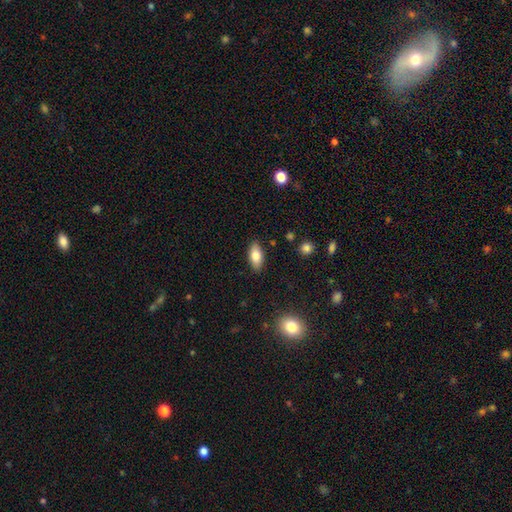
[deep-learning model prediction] The model was most divided on "smooth or featured": smooth: 78%, featured or disk: 15%, star or artifact: 7%. More confident: how rounded — in between (88%); merging — none (87%).